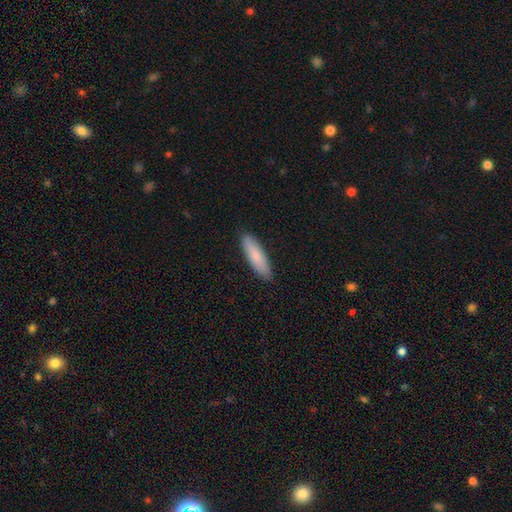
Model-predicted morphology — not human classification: Smooth or featured?
  - smooth: 84% *
  - featured or disk: 11%
  - star or artifact: 5%
How rounded?
  - cigar-shaped: 63% *
  - in between: 35%
  - round: 1%
Merging?
  - none: 89% *
  - minor disturbance: 8%
  - major disturbance: 2%
  - merger: 1%